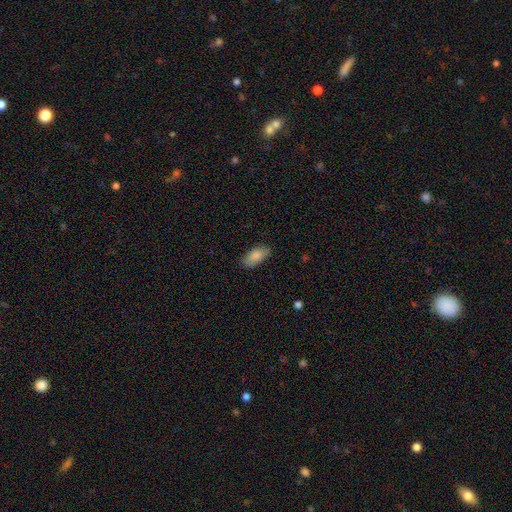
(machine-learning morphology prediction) smooth 86%, featured or disk 8%, star or artifact 6%. Down the decision tree: how rounded — in between (91%); merging — none (84%).